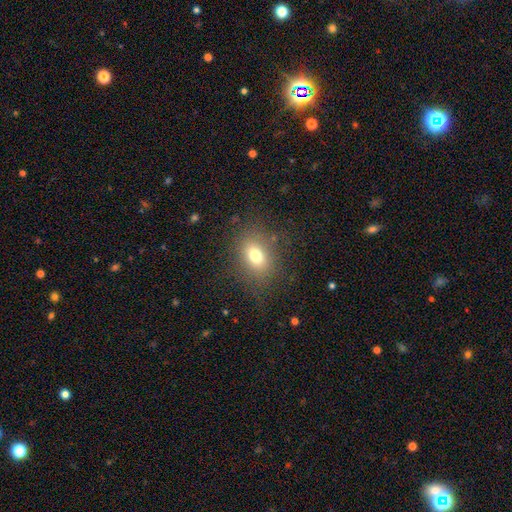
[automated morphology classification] The model was most divided on "how rounded": in between: 64%, round: 34%, cigar-shaped: 2%. More confident: merging — none (80%); smooth or featured — smooth (75%).